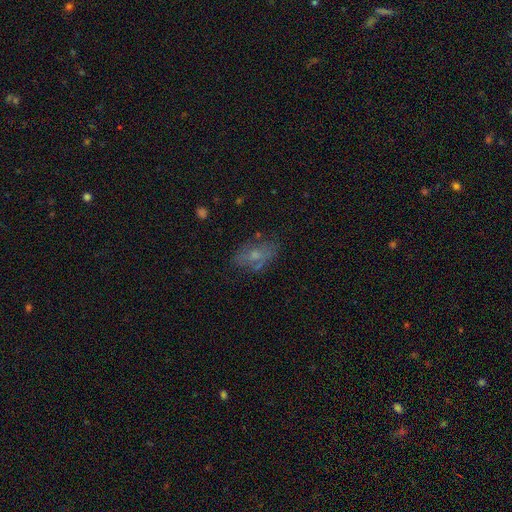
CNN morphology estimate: type=smooth (51%); roundness=in between (84%); merging=none (62%).